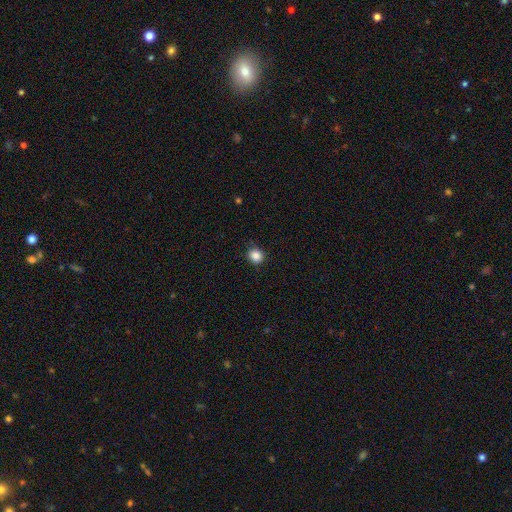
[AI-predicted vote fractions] A smooth galaxy with no disk features (86%) that is round (85%). Merging: none (87%).